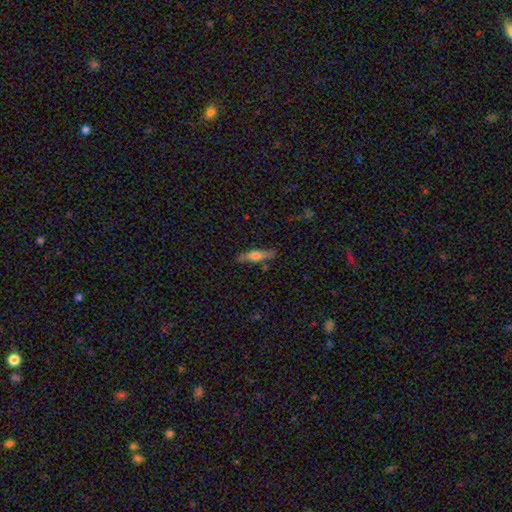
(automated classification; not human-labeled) A smooth galaxy with no disk features (61%) that is cigar-shaped (73%). Merging: none (81%).